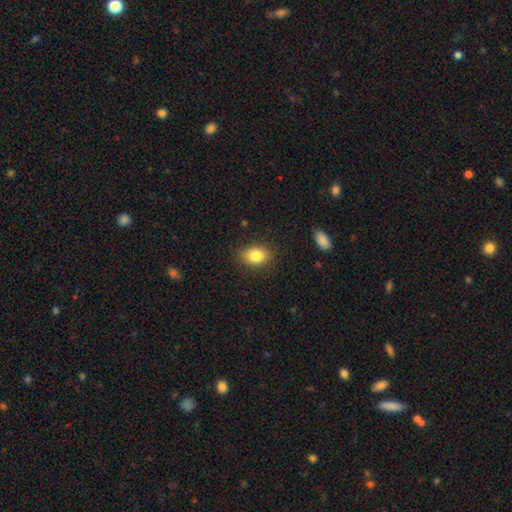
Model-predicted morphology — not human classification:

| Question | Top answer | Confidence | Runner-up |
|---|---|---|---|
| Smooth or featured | smooth | 84% | star or artifact (9%) |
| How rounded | in between | 76% | round (23%) |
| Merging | none | 85% | minor disturbance (11%) |